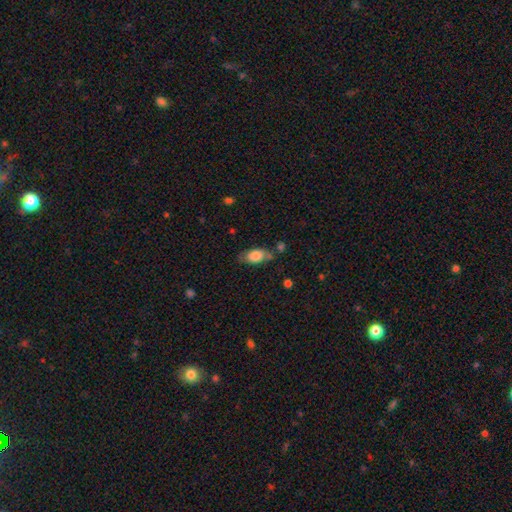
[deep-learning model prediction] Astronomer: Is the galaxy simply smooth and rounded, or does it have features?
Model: smooth — 78%.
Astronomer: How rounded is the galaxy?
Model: in between — 90%.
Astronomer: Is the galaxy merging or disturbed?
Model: none — 60%.